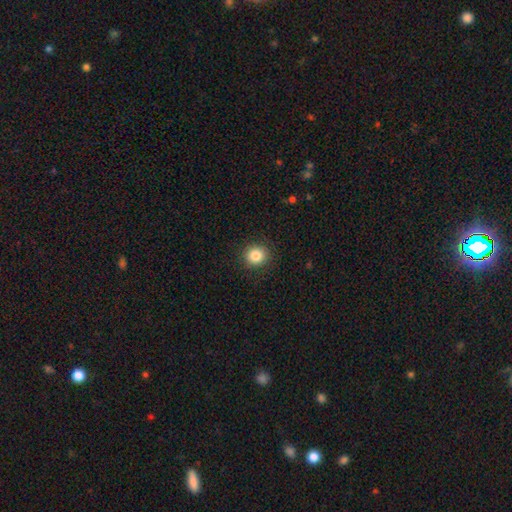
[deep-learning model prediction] smooth-or-featured: smooth: 85% | star or artifact: 10% | featured or disk: 5%
  how-rounded: round: 87% | in between: 12% | cigar-shaped: 1%
  merging: none: 90% | minor disturbance: 7% | major disturbance: 2% | merger: 1%